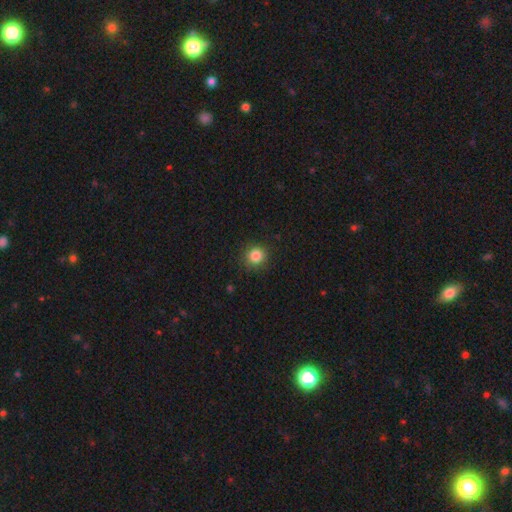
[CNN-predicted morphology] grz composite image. It shows a smooth galaxy with no disk features (84%) that is round (92%). Merging: none (89%).